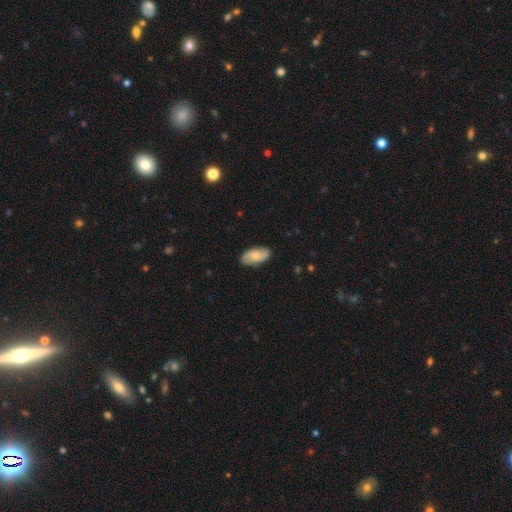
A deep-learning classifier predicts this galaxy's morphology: Smooth or featured: smooth — 62% (featured or disk — 32%)
How rounded: in between — 93% (cigar-shaped — 4%)
Merging: none — 85% (minor disturbance — 12%)